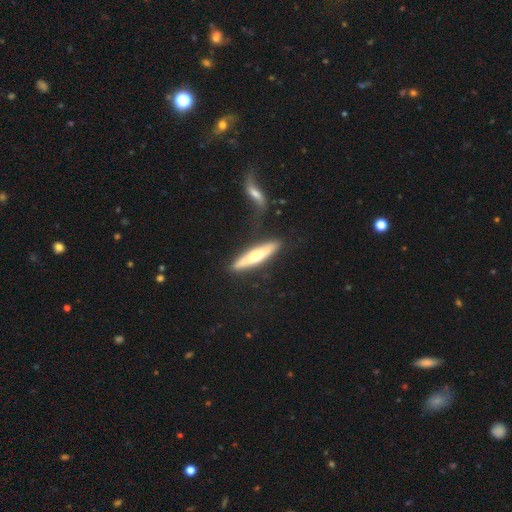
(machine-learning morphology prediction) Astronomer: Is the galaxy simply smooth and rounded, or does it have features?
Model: featured or disk — 51% (runner-up: smooth, 44%).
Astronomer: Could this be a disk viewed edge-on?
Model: yes — 85%.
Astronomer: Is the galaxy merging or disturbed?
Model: none — 74%.